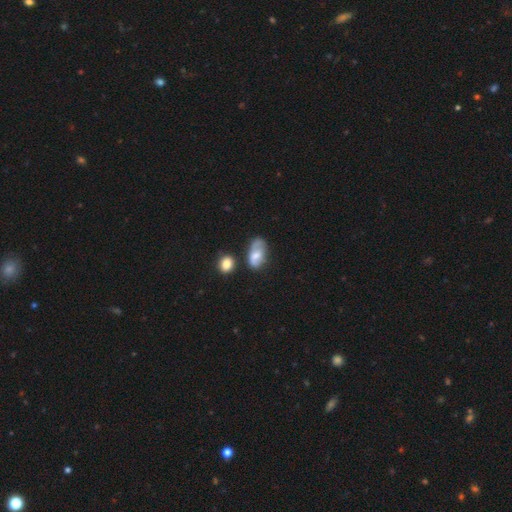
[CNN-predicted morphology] smooth 61%, featured or disk 31%, star or artifact 8%. Down the decision tree: how rounded — in between (89%); merging — none (45%).